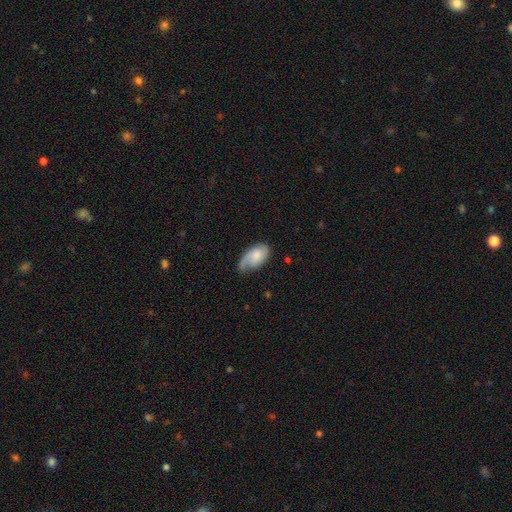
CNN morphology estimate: This appears to be a featured or disk galaxy (49%). Merging: none (52%).